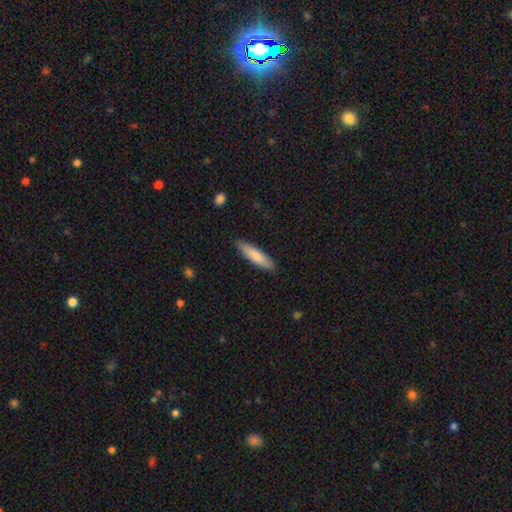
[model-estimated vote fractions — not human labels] Smooth or featured: smooth — 81% (featured or disk — 14%)
How rounded: cigar-shaped — 78% (in between — 20%)
Merging: none — 88% (minor disturbance — 9%)